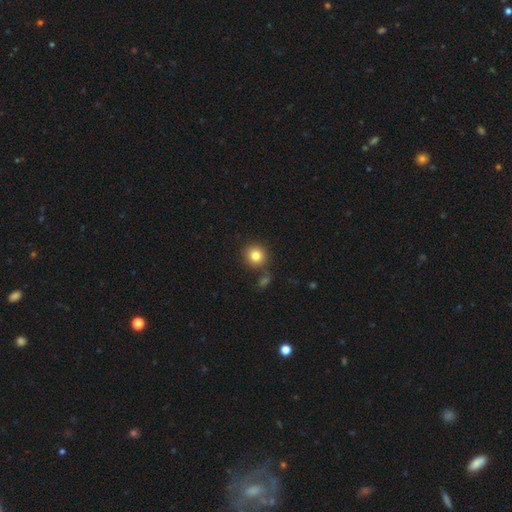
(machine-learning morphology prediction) Smooth or featured? Predicted: smooth (p=0.82). How rounded? Predicted: round (p=0.91). Merging? Predicted: none (p=0.81).